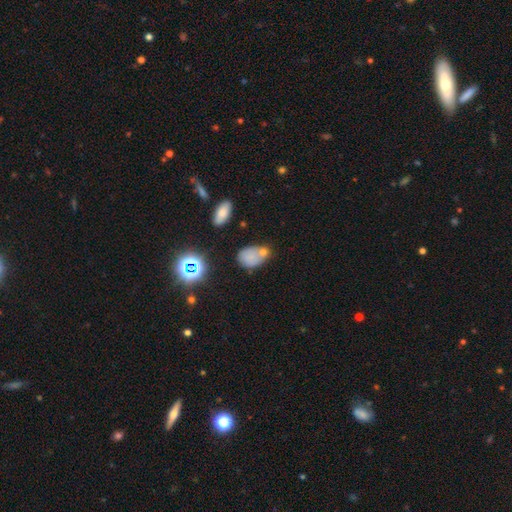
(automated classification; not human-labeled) The model was most divided on "merging": none: 45%, merger: 27%, minor disturbance: 19%, major disturbance: 9%. More confident: how rounded — in between (72%); smooth or featured — smooth (64%).